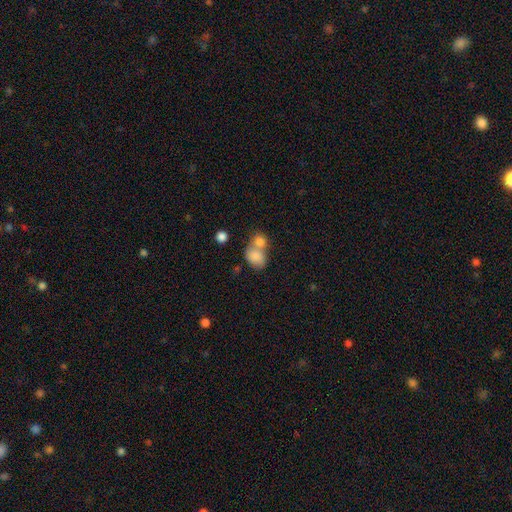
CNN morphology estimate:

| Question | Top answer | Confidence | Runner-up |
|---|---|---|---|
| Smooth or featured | smooth | 80% | featured or disk (12%) |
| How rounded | in between | 57% | round (42%) |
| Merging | merger | 64% | none (23%) |